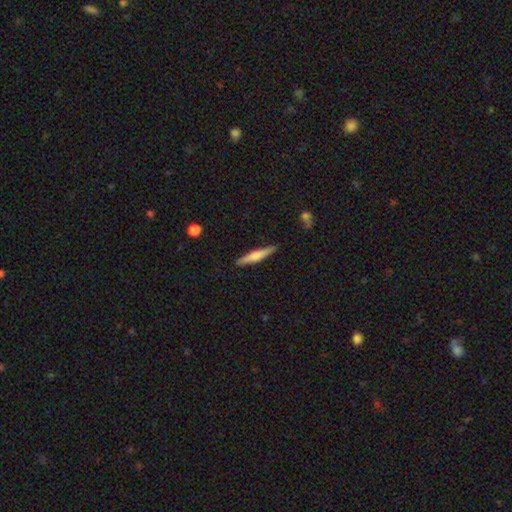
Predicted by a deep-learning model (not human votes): smooth 54%, featured or disk 41%, star or artifact 6%. Down the decision tree: how rounded — cigar-shaped (91%); merging — none (89%).